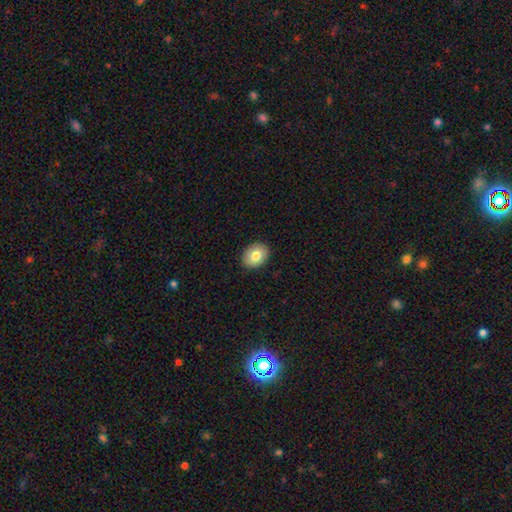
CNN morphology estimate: Smooth or featured? smooth (80%)
How rounded? in between (66%)
Merging? none (90%)